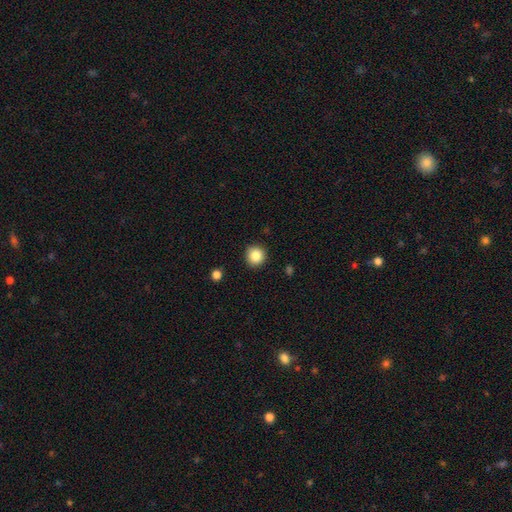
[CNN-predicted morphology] This is clearly a smooth galaxy (85%). How rounded: clearly round (94%). Merging: clearly none (91%).